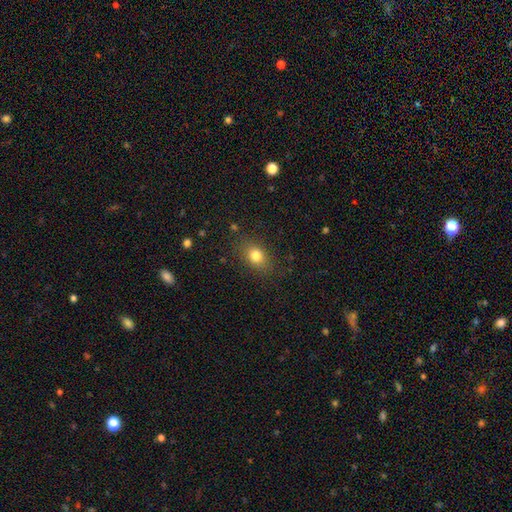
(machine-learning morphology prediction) Smooth or featured?
  - smooth: 80% *
  - star or artifact: 11%
  - featured or disk: 9%
How rounded?
  - in between: 66% *
  - round: 32%
  - cigar-shaped: 2%
Merging?
  - none: 83% *
  - minor disturbance: 12%
  - major disturbance: 4%
  - merger: 1%